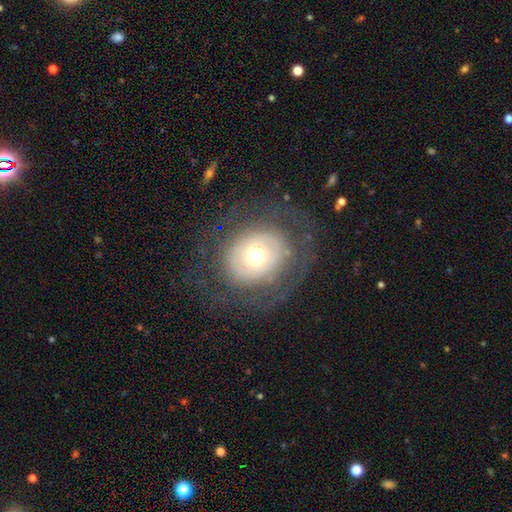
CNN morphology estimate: Smooth or featured? Predicted: featured or disk (p=0.51). Edge-on disk? Predicted: no (p=0.95). Merging? Predicted: none (p=0.65).